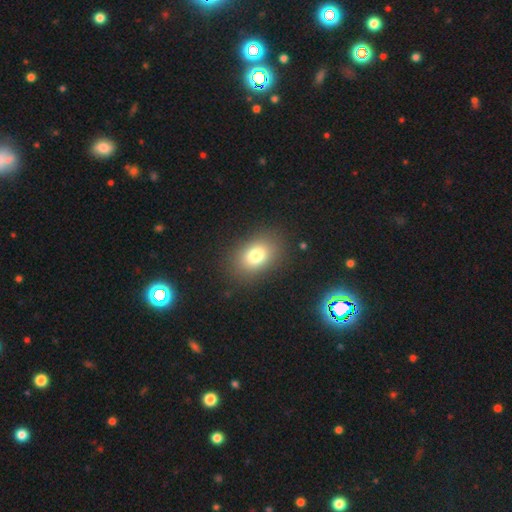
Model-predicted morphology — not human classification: This appears to be a smooth galaxy with no disk features (77%) that is in between round and cigar-shaped (72%). Merging: none (85%).